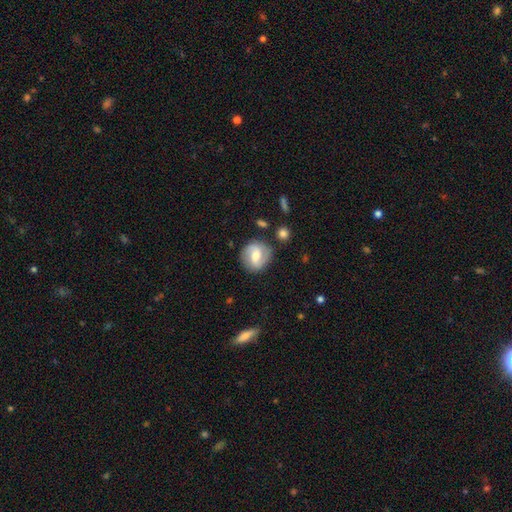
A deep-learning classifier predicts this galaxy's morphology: Smooth or featured? Predicted: featured or disk (p=0.62). Edge-on disk? Predicted: no (p=0.97). Bar? Predicted: weak (p=0.49). Spiral arms? Predicted: yes (p=0.85). Spiral winding? Predicted: medium (p=0.44). Spiral arm count? Predicted: 2 (p=0.86). Bulge size? Predicted: moderate (p=0.66). Merging? Predicted: none (p=0.81).